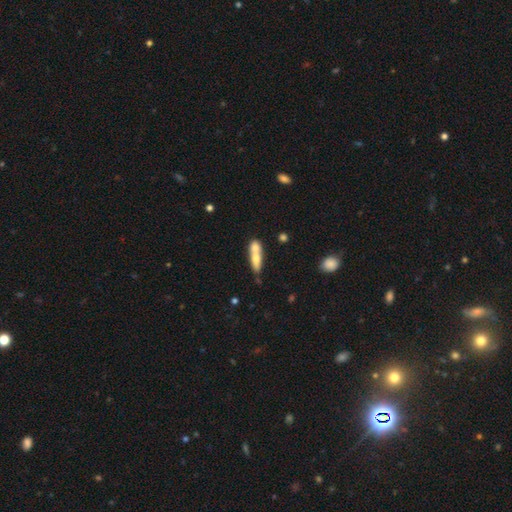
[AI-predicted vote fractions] Smooth or featured: smooth — 62% (featured or disk — 31%)
How rounded: cigar-shaped — 56% (in between — 39%)
Merging: merger — 53% (none — 31%)